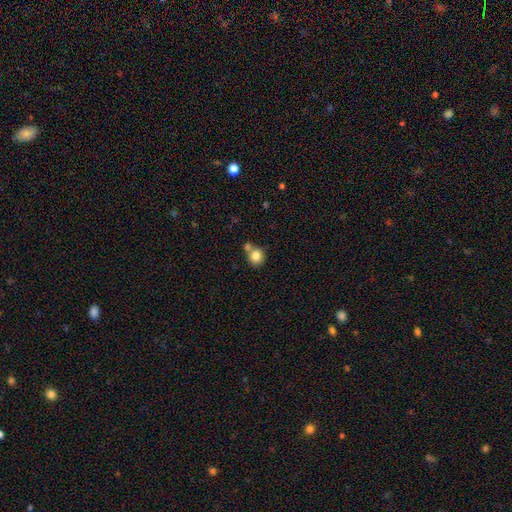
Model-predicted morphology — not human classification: A smooth galaxy with no disk features (82%) that is round (82%). Merging: none (52%).